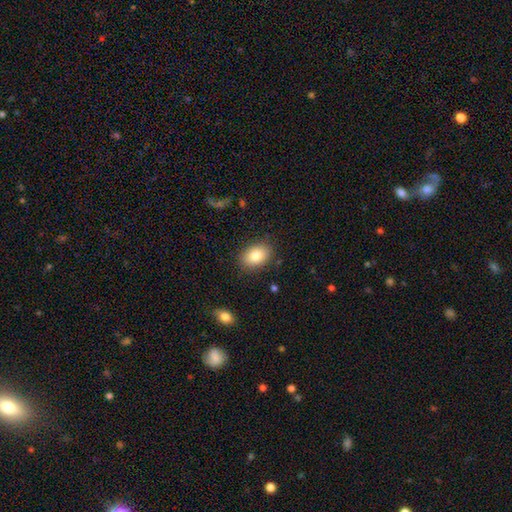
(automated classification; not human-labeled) smooth 83%, featured or disk 9%, star or artifact 8%. Down the decision tree: how rounded — in between (83%); merging — none (86%).